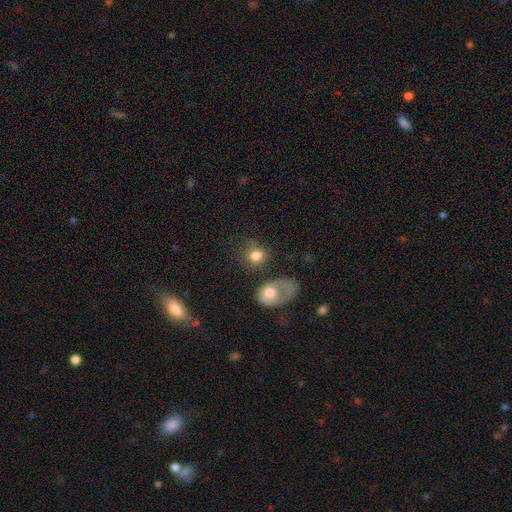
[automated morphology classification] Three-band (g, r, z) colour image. It shows a smooth galaxy with no disk features (77%) that is round (74%). Merging: none (53%).